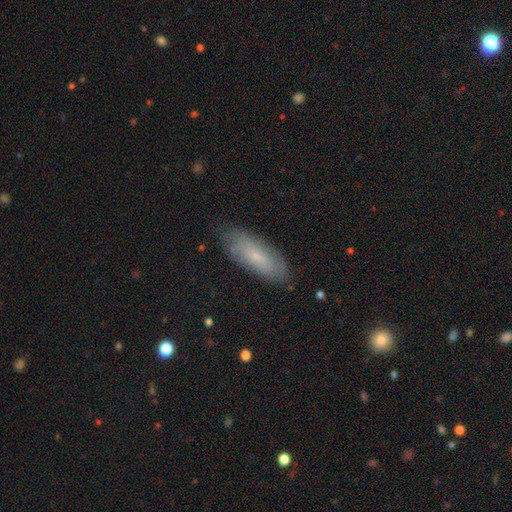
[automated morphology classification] The model was most divided on "smooth or featured": smooth: 55%, featured or disk: 37%, star or artifact: 8%. More confident: merging — none (81%); how rounded — in between (65%).